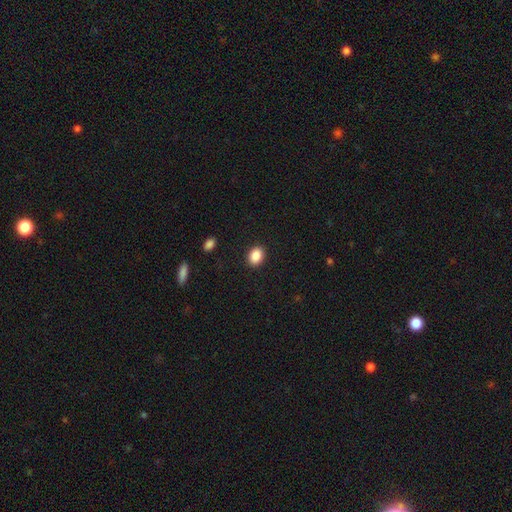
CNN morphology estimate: Smooth or featured: smooth — 88% (star or artifact — 9%)
How rounded: in between — 60% (round — 39%)
Merging: none — 90% (minor disturbance — 7%)